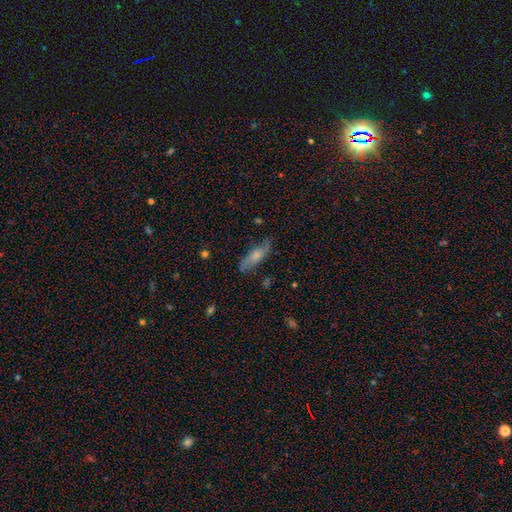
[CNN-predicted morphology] Smooth or featured?
  - smooth: 53% *
  - featured or disk: 40%
  - star or artifact: 7%
How rounded?
  - cigar-shaped: 49% *
  - in between: 48%
  - round: 3%
Merging?
  - none: 68% *
  - minor disturbance: 23%
  - major disturbance: 7%
  - merger: 2%